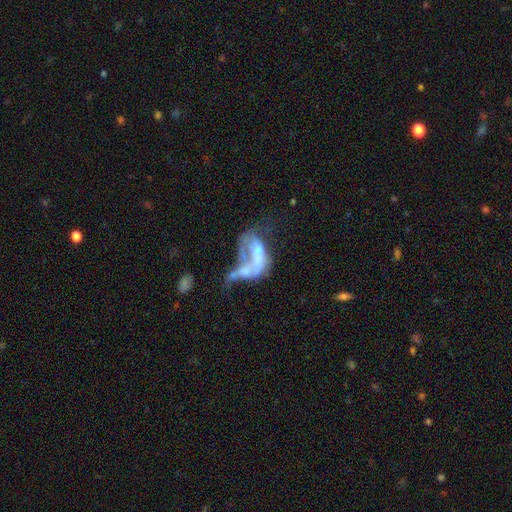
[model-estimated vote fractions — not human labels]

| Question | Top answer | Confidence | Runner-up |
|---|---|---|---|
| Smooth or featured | featured or disk | 58% | smooth (30%) |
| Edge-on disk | no | 94% | yes (6%) |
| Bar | no | 72% | weak (18%) |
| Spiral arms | no | 77% | yes (23%) |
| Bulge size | none | 32% | moderate (31%) |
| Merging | merger | 51% | major disturbance (30%) |